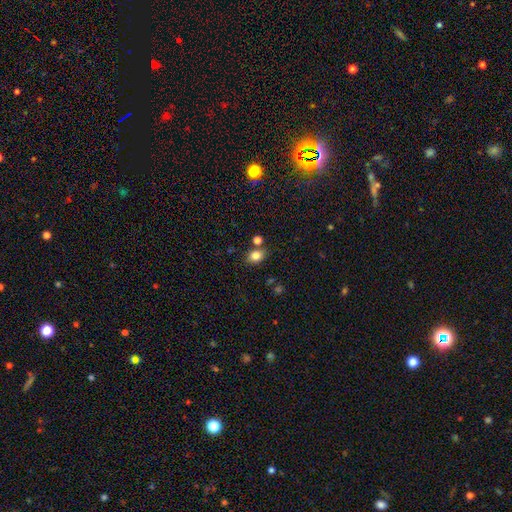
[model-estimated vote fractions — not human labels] smooth 82%, star or artifact 11%, featured or disk 7%. Down the decision tree: how rounded — in between (61%); merging — none (74%).